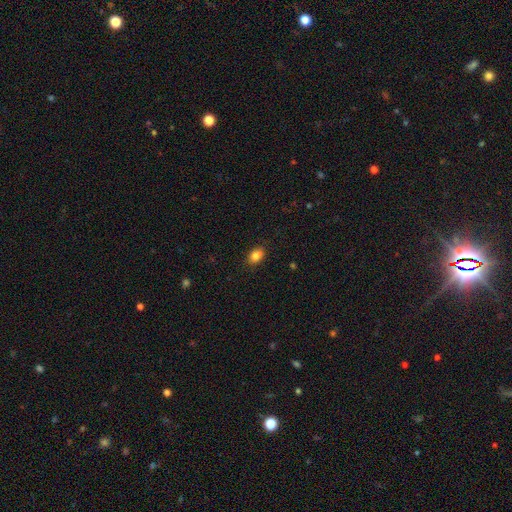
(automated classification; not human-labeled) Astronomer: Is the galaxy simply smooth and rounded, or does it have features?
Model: smooth — 83%.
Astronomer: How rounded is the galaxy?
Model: in between — 78%.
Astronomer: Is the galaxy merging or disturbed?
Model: none — 83%.